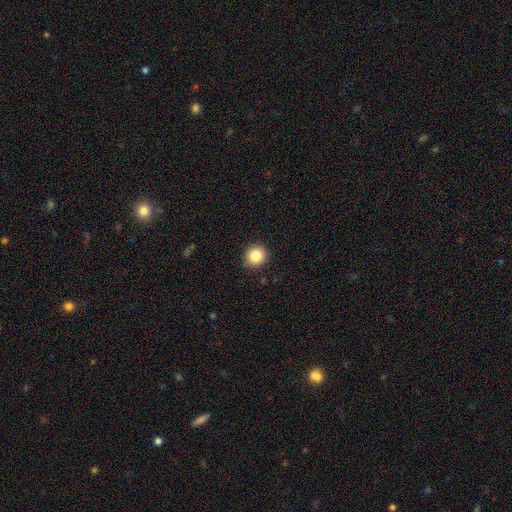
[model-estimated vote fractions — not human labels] A smooth galaxy with no disk features (86%) that is round (91%).

Vote fractions:
- Smooth or featured? smooth: 86% / star or artifact: 9% / featured or disk: 4%
- How rounded? round: 91% / in between: 9% / cigar-shaped: 1%
- Merging? none: 90% / minor disturbance: 7% / major disturbance: 2% / merger: 1%